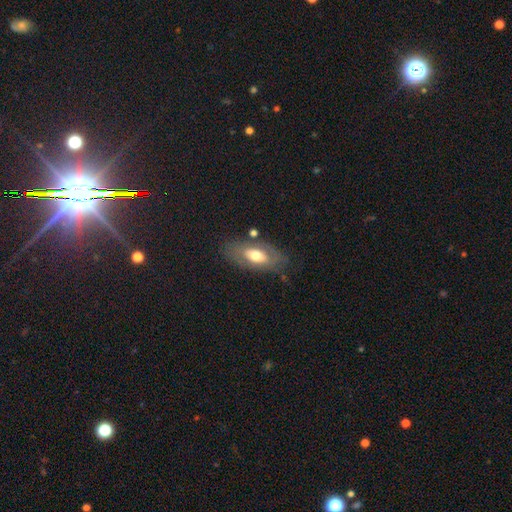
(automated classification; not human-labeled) The model was most divided on "smooth or featured": smooth: 49%, featured or disk: 44%, star or artifact: 7%. More confident: merging — none (72%).